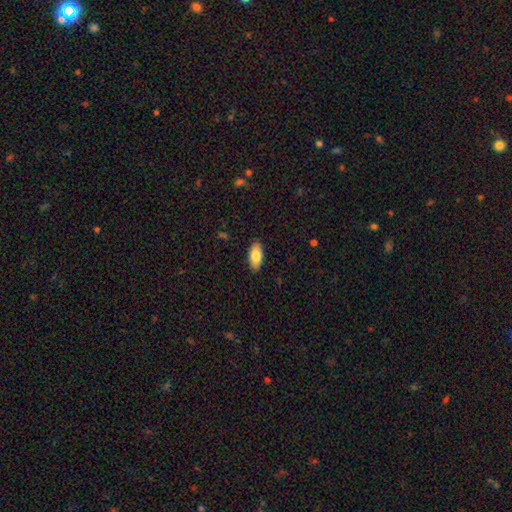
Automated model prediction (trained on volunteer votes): Smooth or featured?
  - smooth: 83% *
  - featured or disk: 11%
  - star or artifact: 6%
How rounded?
  - in between: 89% *
  - cigar-shaped: 9%
  - round: 2%
Merging?
  - none: 89% *
  - minor disturbance: 8%
  - major disturbance: 2%
  - merger: 1%